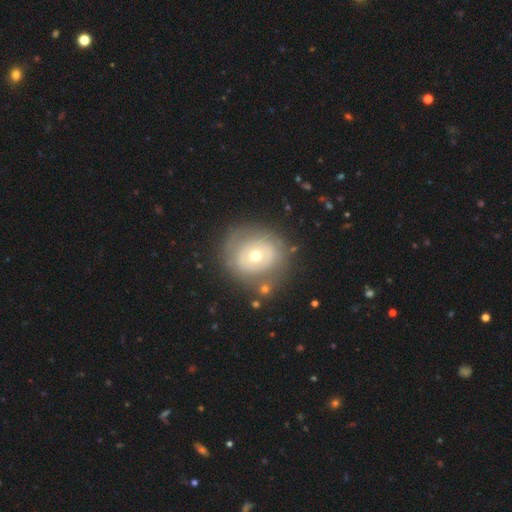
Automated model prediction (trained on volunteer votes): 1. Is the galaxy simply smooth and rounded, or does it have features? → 47% featured or disk, 46% smooth, 8% star or artifact.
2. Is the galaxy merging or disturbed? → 73% none, 16% minor disturbance, 8% major disturbance, 3% merger.